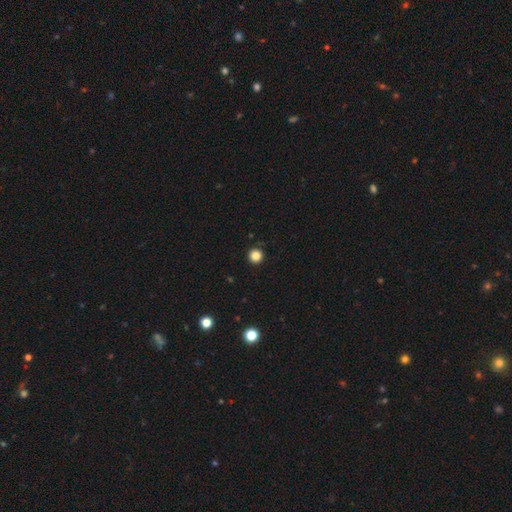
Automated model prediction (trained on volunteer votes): Morphology: type=smooth (85%); roundness=round (96%); merging=none (93%).